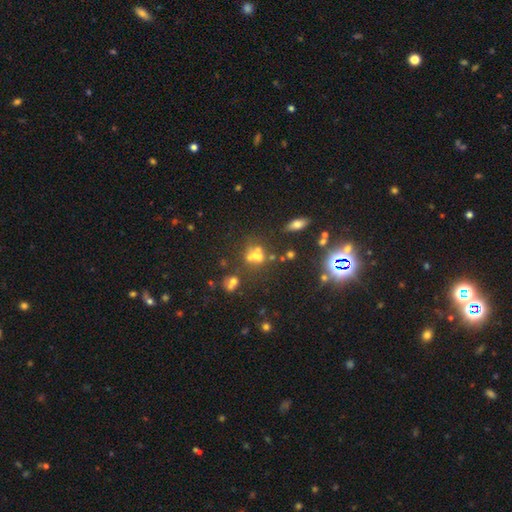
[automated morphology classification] Overall: star or artifact (43%; smooth 39%).